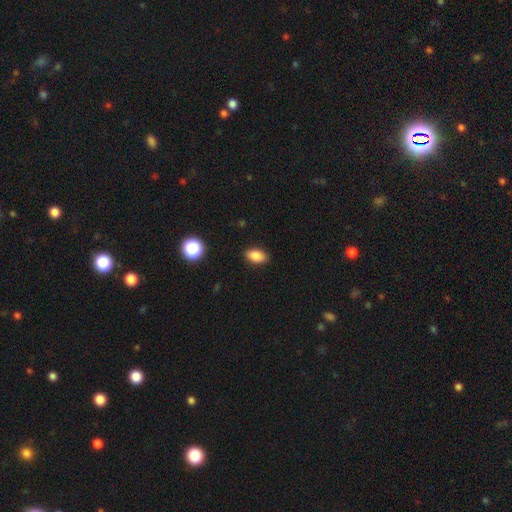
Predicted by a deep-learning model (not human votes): A smooth galaxy with no disk features (85%) that is in between round and cigar-shaped (90%).

Vote fractions:
- Smooth or featured? smooth: 85% / star or artifact: 9% / featured or disk: 6%
- How rounded? in between: 90% / round: 7% / cigar-shaped: 3%
- Merging? none: 89% / minor disturbance: 8% / major disturbance: 2% / merger: 1%